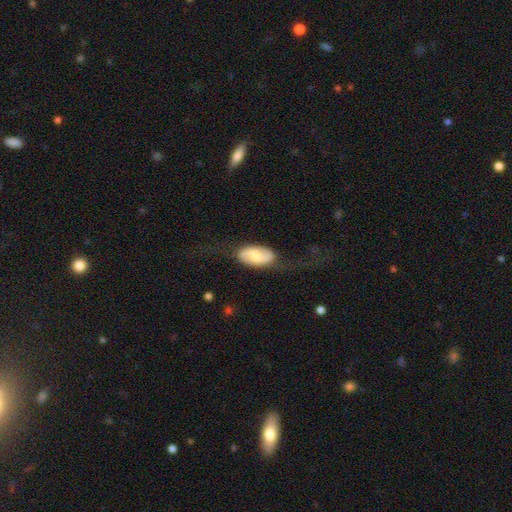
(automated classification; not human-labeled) featured or disk 51%, smooth 43%, star or artifact 6%. Down the decision tree: edge-on disk — no (94%); merging — none (63%).